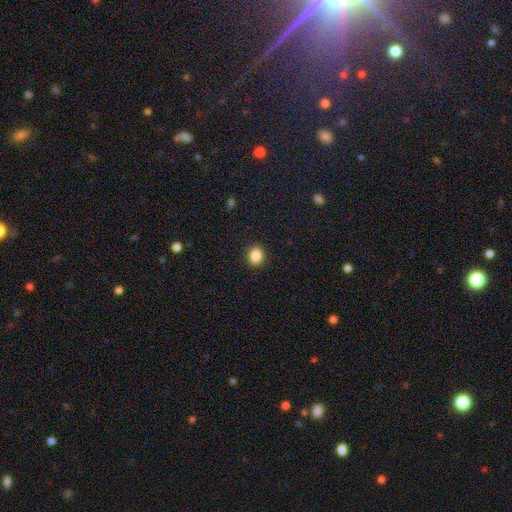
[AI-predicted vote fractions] smooth_or_featured: smooth (p=0.86) [alt: star or artifact p=0.10]
how_rounded: round (p=0.66) [alt: in between p=0.33]
merging: none (p=0.90) [alt: minor disturbance p=0.07]